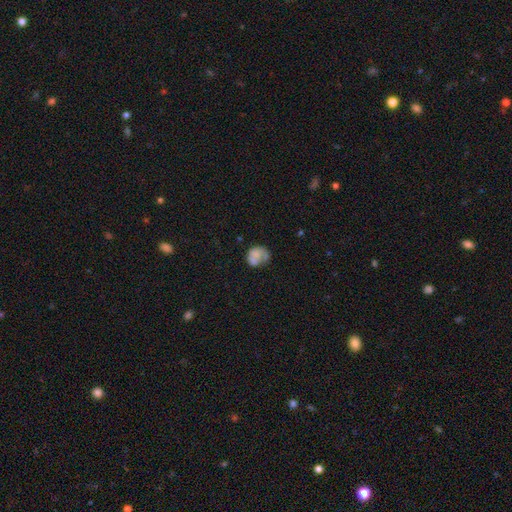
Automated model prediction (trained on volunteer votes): A smooth galaxy with no disk features (65%) that is round (60%).

Vote fractions:
- Smooth or featured? smooth: 65% / featured or disk: 26% / star or artifact: 10%
- How rounded? round: 60% / in between: 39% / cigar-shaped: 1%
- Merging? none: 37% / minor disturbance: 29% / major disturbance: 25% / merger: 9%